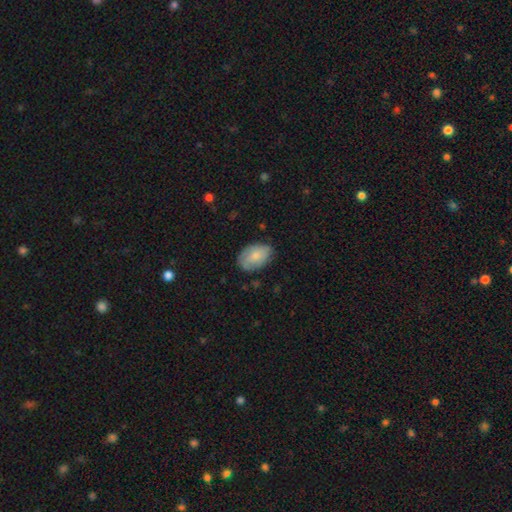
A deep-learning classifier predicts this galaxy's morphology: Smooth or featured? Predicted: smooth (p=0.77). How rounded? Predicted: in between (p=0.89). Merging? Predicted: none (p=0.76).